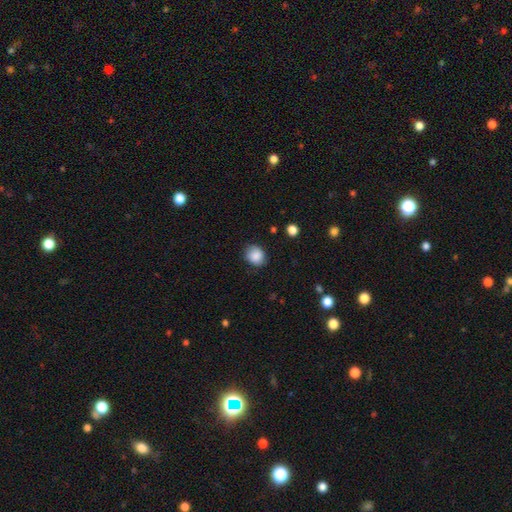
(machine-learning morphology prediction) Smooth or featured?
  - smooth: 87% *
  - star or artifact: 9%
  - featured or disk: 4%
How rounded?
  - round: 72% *
  - in between: 27%
  - cigar-shaped: 1%
Merging?
  - none: 80% *
  - minor disturbance: 15%
  - major disturbance: 3%
  - merger: 1%